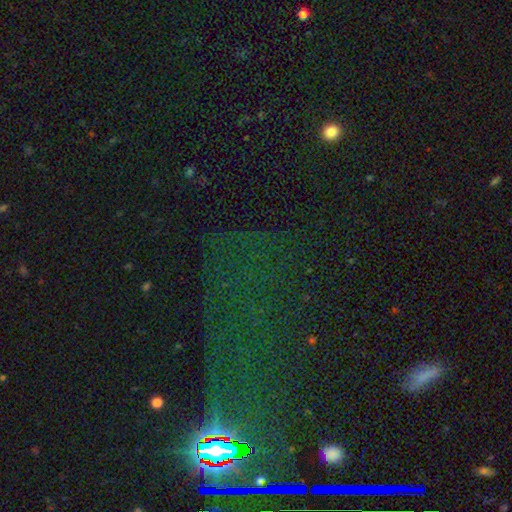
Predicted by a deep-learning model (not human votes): Smooth or featured?
  - star or artifact: 75% *
  - smooth: 14%
  - featured or disk: 11%